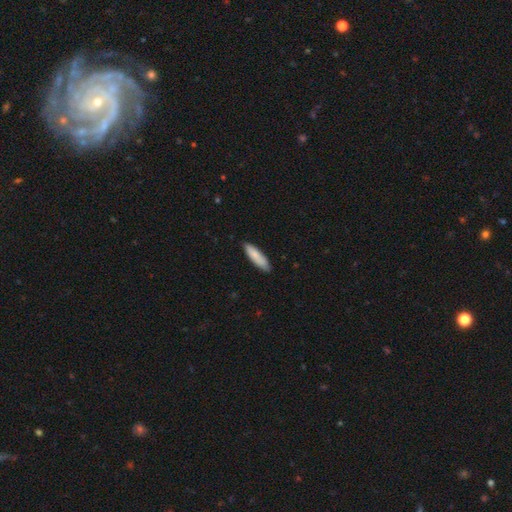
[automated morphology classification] This is clearly a smooth galaxy (85%). How rounded: likely cigar-shaped (61%). Merging: clearly none (86%).